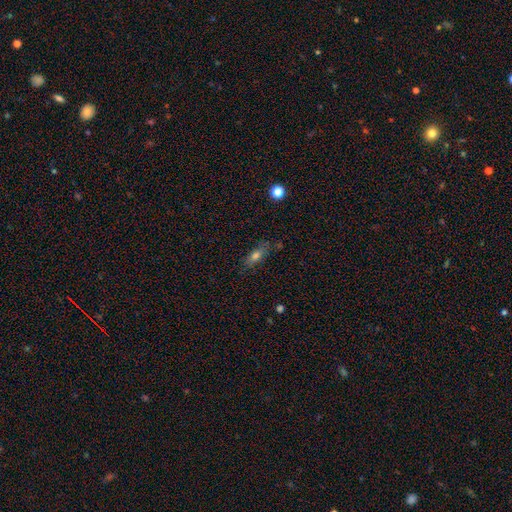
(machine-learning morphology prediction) The model was most divided on "how rounded": in between: 60%, cigar-shaped: 35%, round: 5%. More confident: merging — none (75%); smooth or featured — smooth (68%).